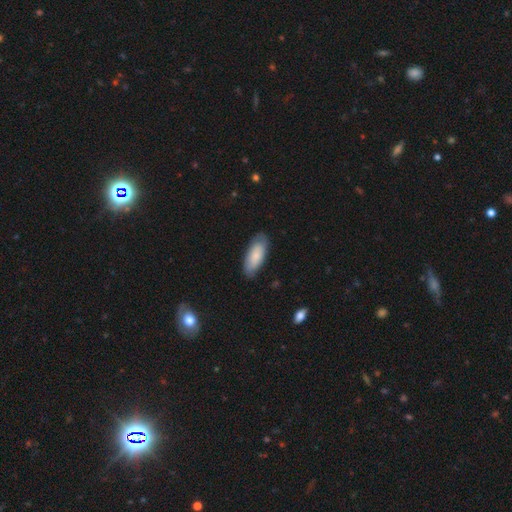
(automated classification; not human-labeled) Overall: smooth (80%). How rounded: in between (75%). Merging: none (81%).